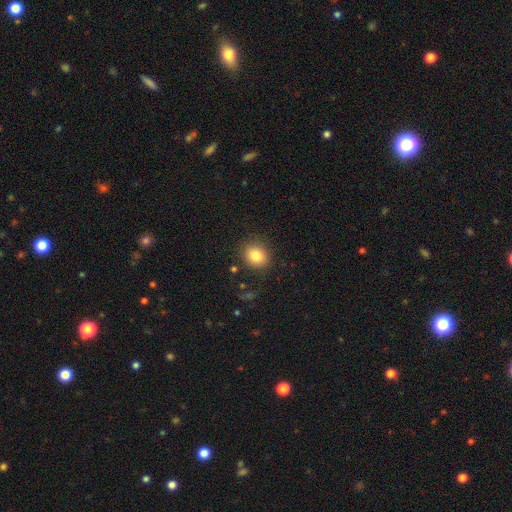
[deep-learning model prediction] A smooth galaxy with no disk features (83%) that is round (72%). Merging: none (87%).